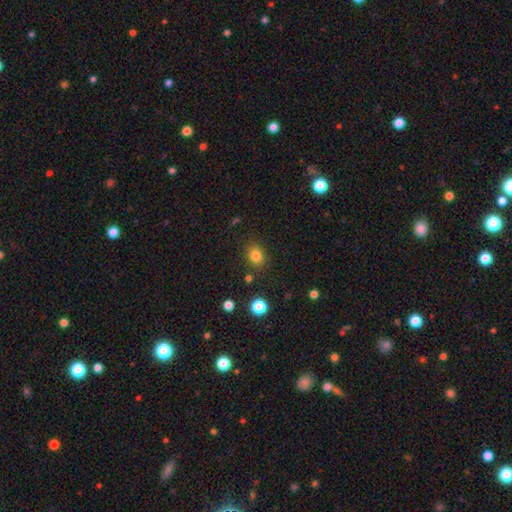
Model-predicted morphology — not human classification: A smooth galaxy with no disk features (82%) that is round (53%).

Vote fractions:
- Smooth or featured? smooth: 82% / star or artifact: 13% / featured or disk: 6%
- How rounded? round: 53% / in between: 46% / cigar-shaped: 1%
- Merging? none: 82% / minor disturbance: 11% / major disturbance: 3% / merger: 3%